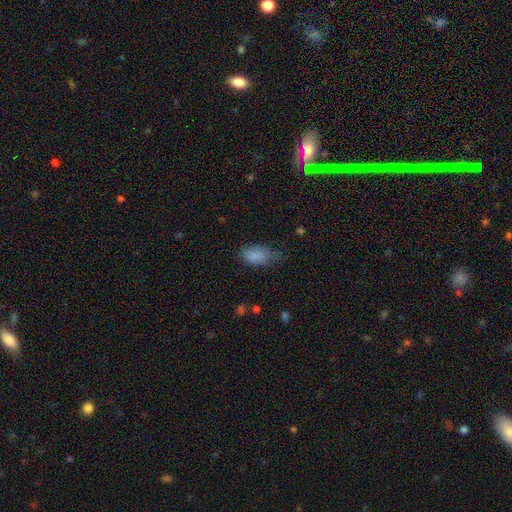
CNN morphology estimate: Overall: smooth (83%). How rounded: in between (91%). Merging: none (45%; minor disturbance 38%).